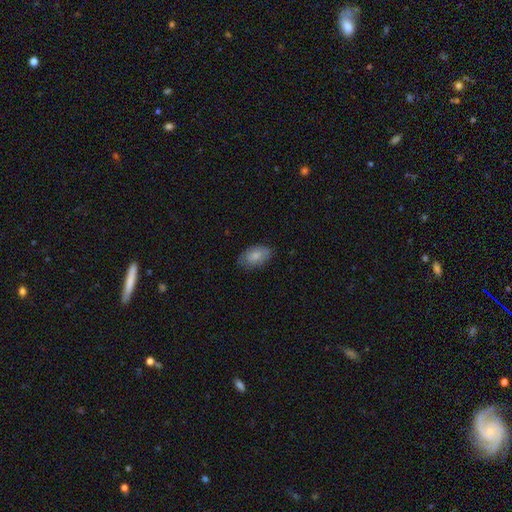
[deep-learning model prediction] Smooth or featured? smooth (80%)
How rounded? in between (92%)
Merging? none (76%)